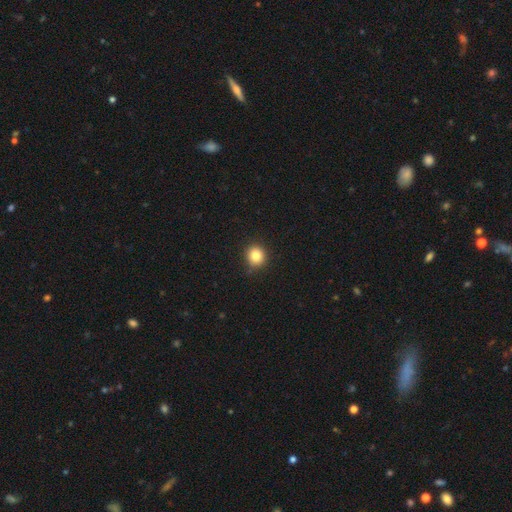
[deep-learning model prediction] Smooth or featured?
  - smooth: 85% *
  - star or artifact: 10%
  - featured or disk: 5%
How rounded?
  - round: 88% *
  - in between: 11%
  - cigar-shaped: 1%
Merging?
  - none: 87% *
  - minor disturbance: 10%
  - major disturbance: 2%
  - merger: 1%